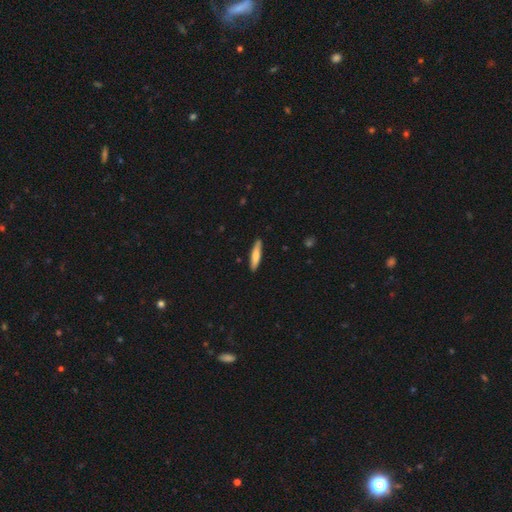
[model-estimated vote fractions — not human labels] Smooth or featured?
  - smooth: 74% *
  - featured or disk: 21%
  - star or artifact: 5%
How rounded?
  - cigar-shaped: 84% *
  - in between: 14%
  - round: 1%
Merging?
  - none: 89% *
  - minor disturbance: 9%
  - major disturbance: 1%
  - merger: 1%